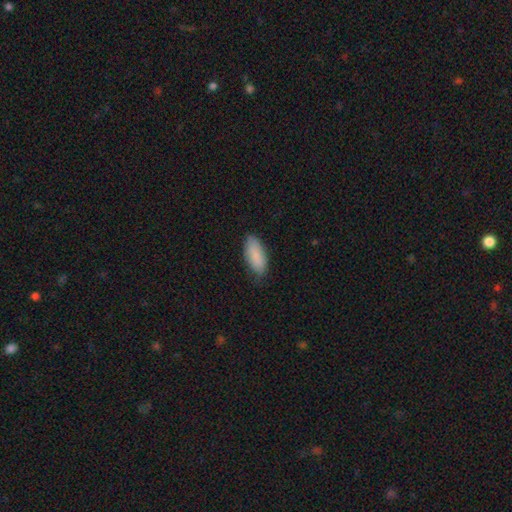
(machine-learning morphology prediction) The model was most divided on "merging": none: 75%, minor disturbance: 21%, major disturbance: 3%, merger: 1%. More confident: smooth or featured — smooth (87%); how rounded — in between (86%).